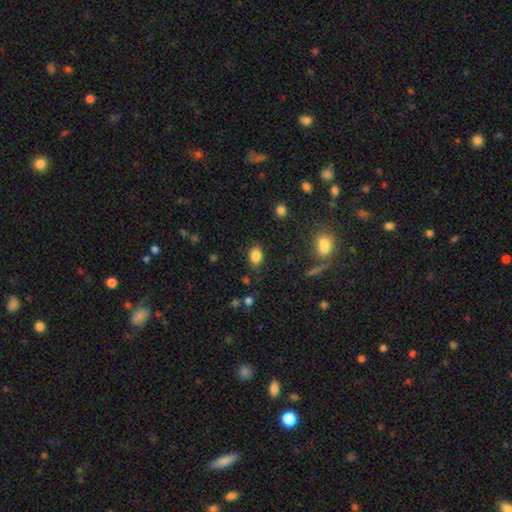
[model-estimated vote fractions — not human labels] A smooth galaxy with no disk features (85%) that is in between round and cigar-shaped (79%).

Vote fractions:
- Smooth or featured? smooth: 85% / star or artifact: 10% / featured or disk: 5%
- How rounded? in between: 79% / round: 20% / cigar-shaped: 1%
- Merging? none: 80% / minor disturbance: 14% / major disturbance: 4% / merger: 2%